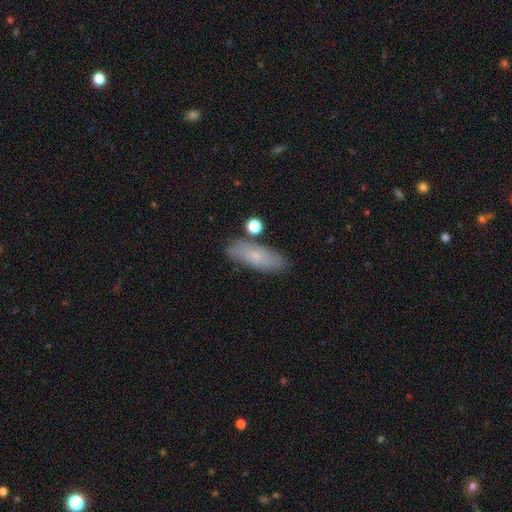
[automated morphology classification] Smooth or featured: smooth — 68% (featured or disk — 24%)
How rounded: in between — 64% (cigar-shaped — 32%)
Merging: none — 77% (minor disturbance — 14%)